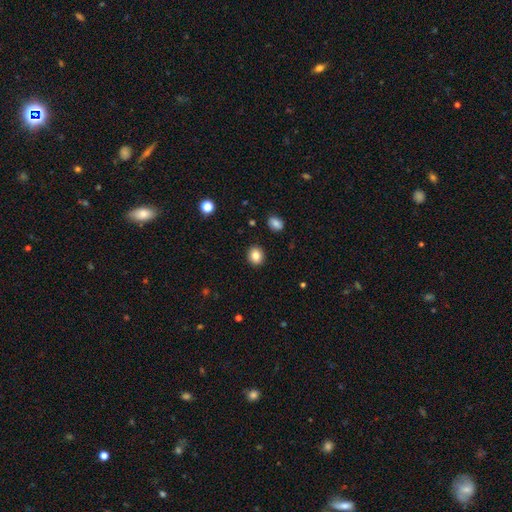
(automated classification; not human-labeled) Smooth or featured? Predicted: smooth (p=0.84). How rounded? Predicted: round (p=0.74). Merging? Predicted: none (p=0.91).